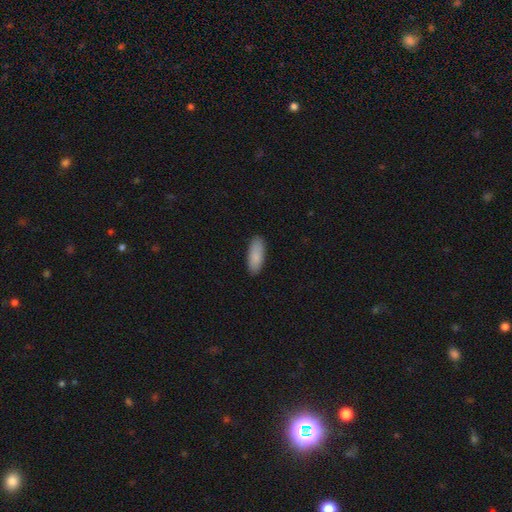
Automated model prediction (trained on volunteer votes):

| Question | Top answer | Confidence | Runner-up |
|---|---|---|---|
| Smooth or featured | smooth | 87% | featured or disk (7%) |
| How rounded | in between | 75% | cigar-shaped (24%) |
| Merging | none | 88% | minor disturbance (9%) |